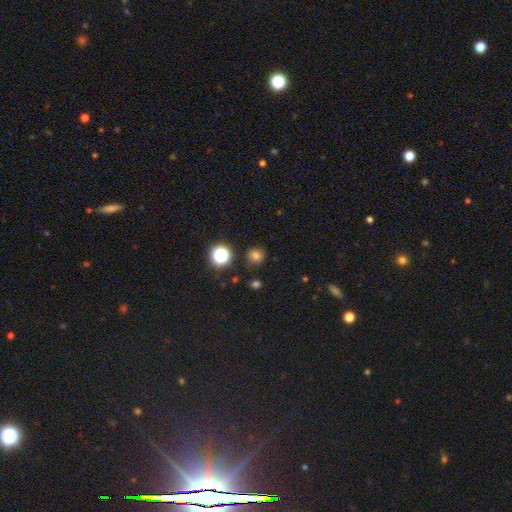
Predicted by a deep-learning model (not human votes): Smooth or featured? smooth (76%)
How rounded? round (88%)
Merging? none (86%)